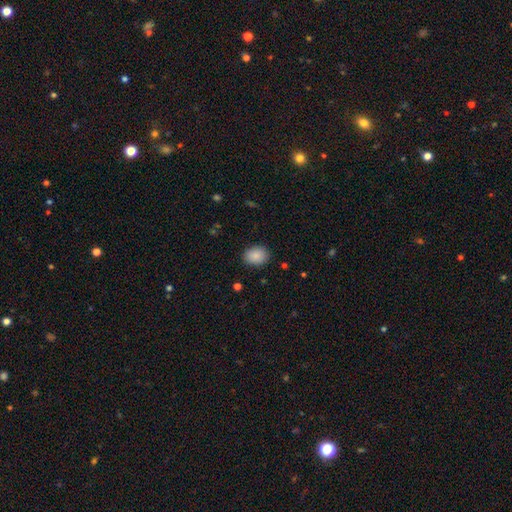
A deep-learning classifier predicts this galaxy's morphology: This appears to be a smooth galaxy with no disk features (88%) that is in between round and cigar-shaped (63%). Merging: none (87%).